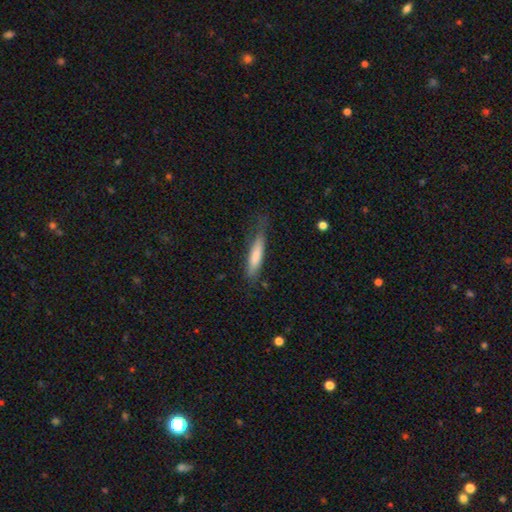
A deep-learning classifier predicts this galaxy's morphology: smooth 75%, featured or disk 20%, star or artifact 6%. Down the decision tree: how rounded — cigar-shaped (82%); merging — none (64%).